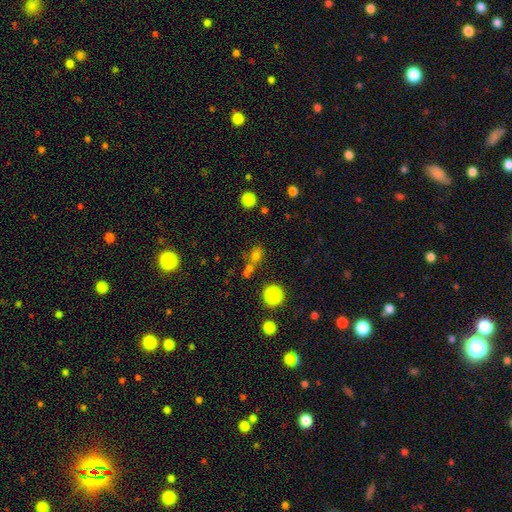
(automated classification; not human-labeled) smooth-or-featured: smooth: 66% | star or artifact: 24% | featured or disk: 10%
  how-rounded: round: 61% | in between: 36% | cigar-shaped: 3%
  merging: none: 53% | merger: 30% | minor disturbance: 12% | major disturbance: 6%